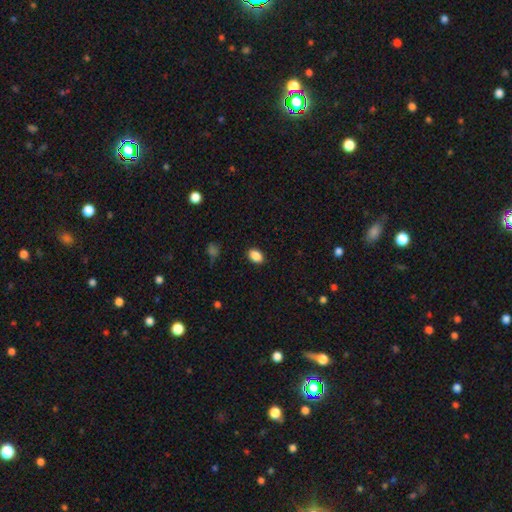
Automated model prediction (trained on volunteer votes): Morphology: type=smooth (88%); roundness=in between (84%); merging=none (88%).